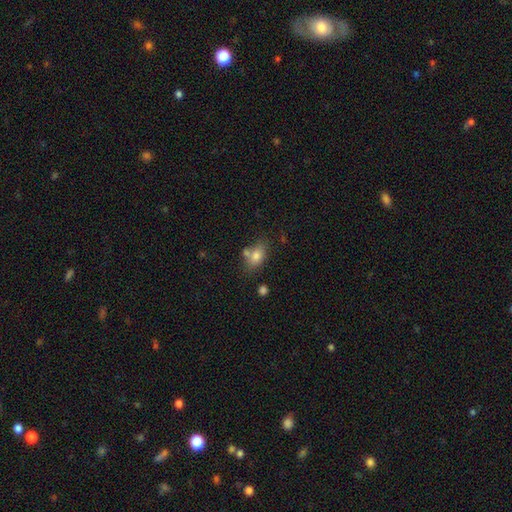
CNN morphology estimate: Smooth or featured: smooth — 78% (featured or disk — 13%)
How rounded: in between — 83% (round — 14%)
Merging: none — 58% (merger — 20%)